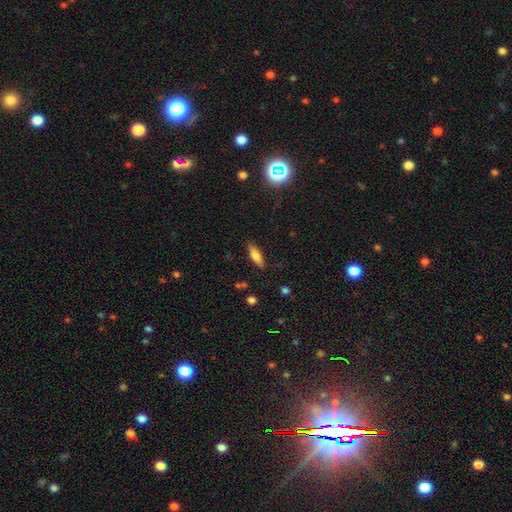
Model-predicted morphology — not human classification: Q: Smooth or featured?
A: smooth (72%); runner-up: featured or disk (20%)
Q: How rounded?
A: in between (53%); runner-up: cigar-shaped (45%)
Q: Merging?
A: none (84%); runner-up: minor disturbance (12%)